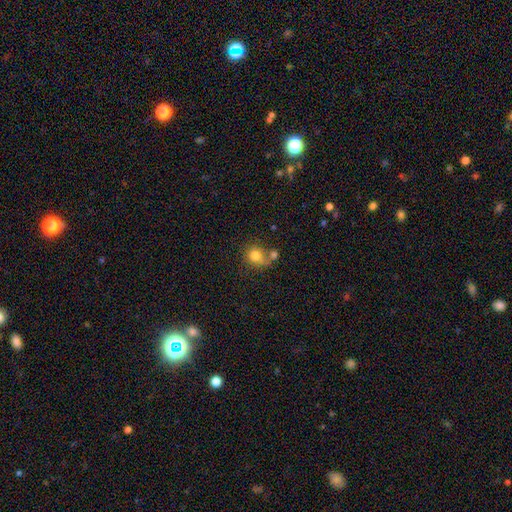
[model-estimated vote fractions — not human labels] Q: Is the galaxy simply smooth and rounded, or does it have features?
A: smooth — 79%.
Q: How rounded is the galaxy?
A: round — 82%.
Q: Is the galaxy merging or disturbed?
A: none — 47%.